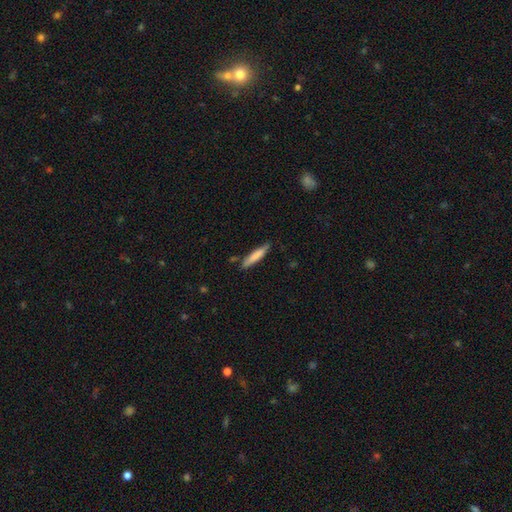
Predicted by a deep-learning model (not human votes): Morphology: type=smooth (78%); roundness=cigar-shaped (87%); merging=none (79%).